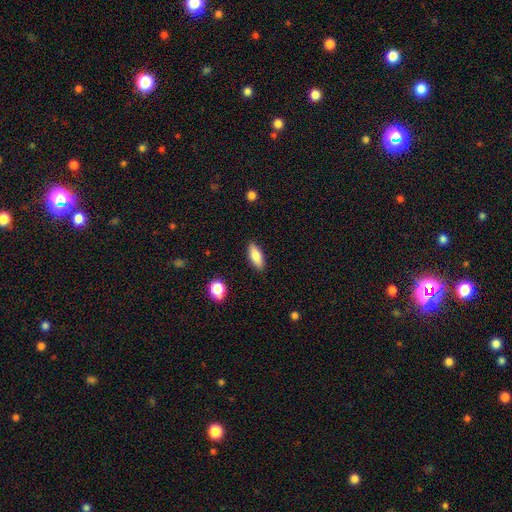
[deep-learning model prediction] The model was most divided on "how rounded": in between: 75%, cigar-shaped: 23%, round: 3%. More confident: merging — none (88%); smooth or featured — smooth (81%).